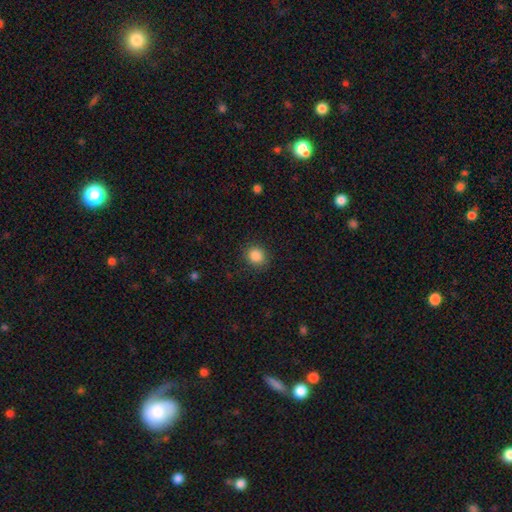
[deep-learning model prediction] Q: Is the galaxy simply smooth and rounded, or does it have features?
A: smooth — 87%.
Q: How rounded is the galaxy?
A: round — 81%.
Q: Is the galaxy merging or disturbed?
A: none — 87%.